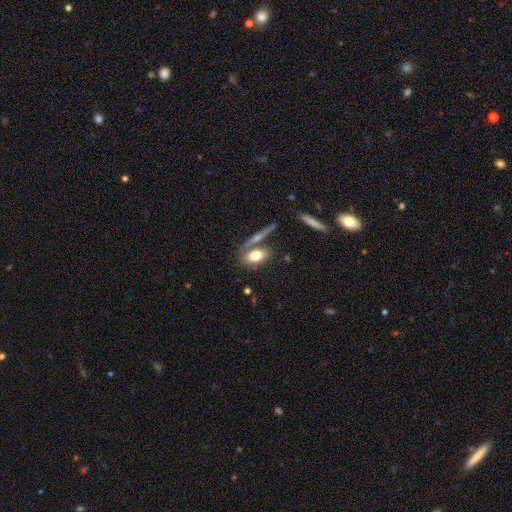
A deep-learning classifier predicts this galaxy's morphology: Smooth or featured? Predicted: smooth (p=0.74). How rounded? Predicted: in between (p=0.80). Merging? Predicted: none (p=0.56).